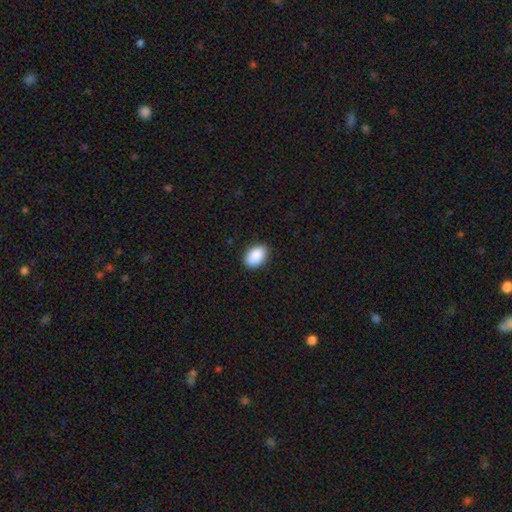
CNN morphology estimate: Smooth or featured? smooth (90%)
How rounded? in between (90%)
Merging? none (88%)